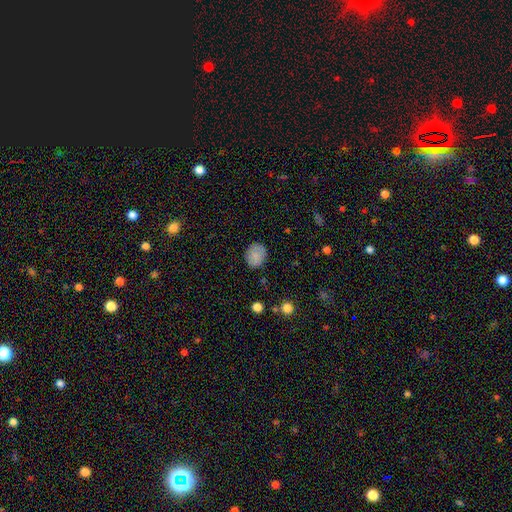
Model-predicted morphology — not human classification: Smooth or featured? smooth (84%)
How rounded? round (63%)
Merging? none (85%)